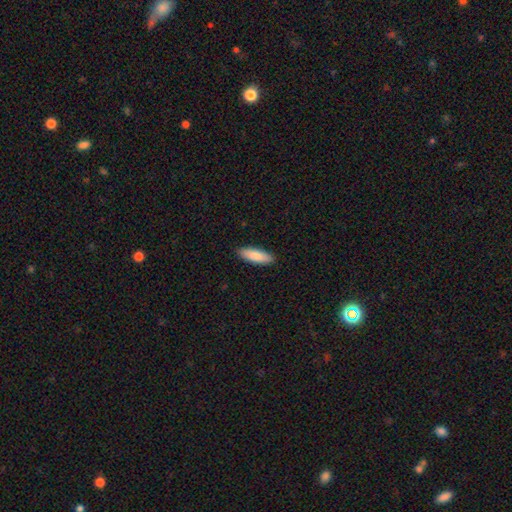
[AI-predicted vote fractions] The model was most divided on "how rounded": in between: 56%, cigar-shaped: 43%, round: 2%. More confident: merging — none (89%); smooth or featured — smooth (87%).